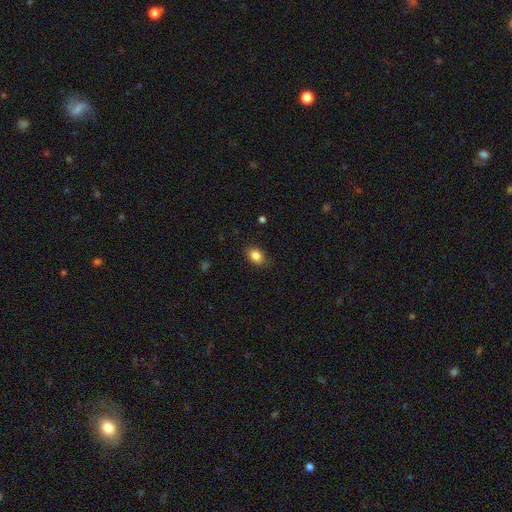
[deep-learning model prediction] smooth 85%, star or artifact 9%, featured or disk 6%. Down the decision tree: how rounded — in between (70%); merging — none (84%).